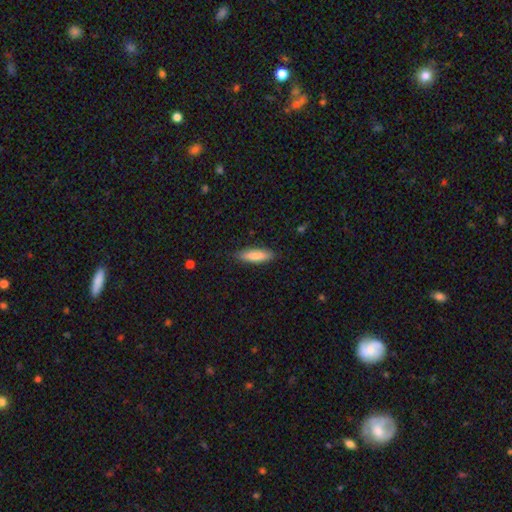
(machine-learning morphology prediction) smooth-or-featured: smooth: 83% | featured or disk: 12% | star or artifact: 6%
  how-rounded: cigar-shaped: 57% | in between: 41% | round: 2%
  merging: none: 86% | minor disturbance: 10% | major disturbance: 2% | merger: 1%